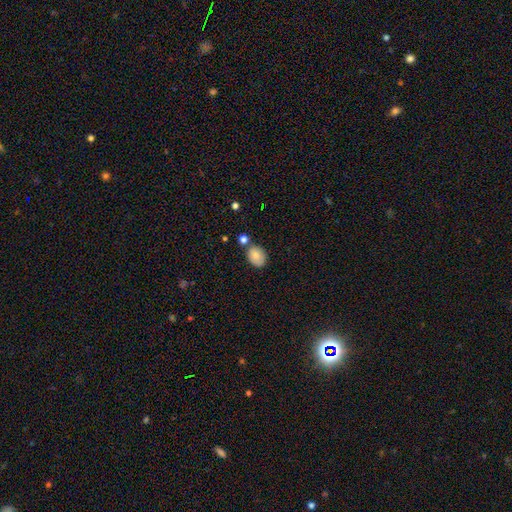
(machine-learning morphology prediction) The model was most divided on "how rounded": in between: 70%, round: 29%, cigar-shaped: 1%. More confident: smooth or featured — smooth (81%); merging — none (66%).